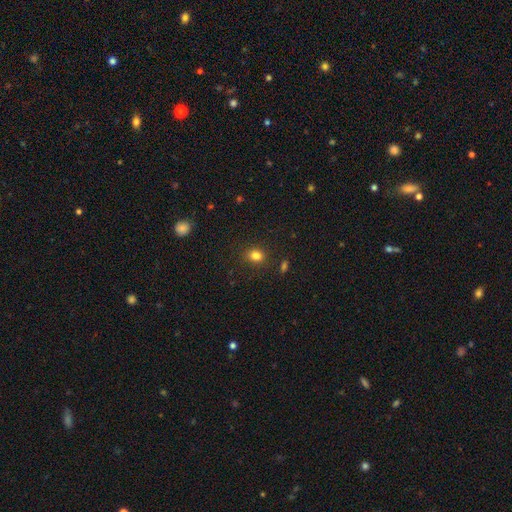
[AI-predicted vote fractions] smooth_or_featured: smooth (p=0.81) [alt: star or artifact p=0.13]
how_rounded: round (p=0.56) [alt: in between p=0.43]
merging: none (p=0.82) [alt: minor disturbance p=0.11]